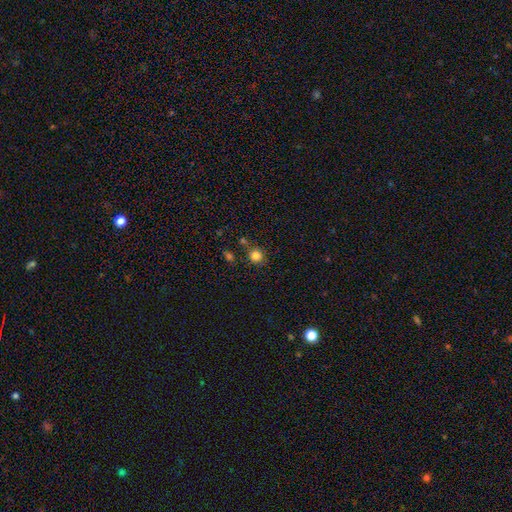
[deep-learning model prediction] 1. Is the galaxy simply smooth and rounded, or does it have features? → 83% smooth, 12% star or artifact, 5% featured or disk.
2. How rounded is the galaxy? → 88% round, 11% in between, 1% cigar-shaped.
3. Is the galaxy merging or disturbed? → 79% none, 11% minor disturbance, 7% merger, 3% major disturbance.